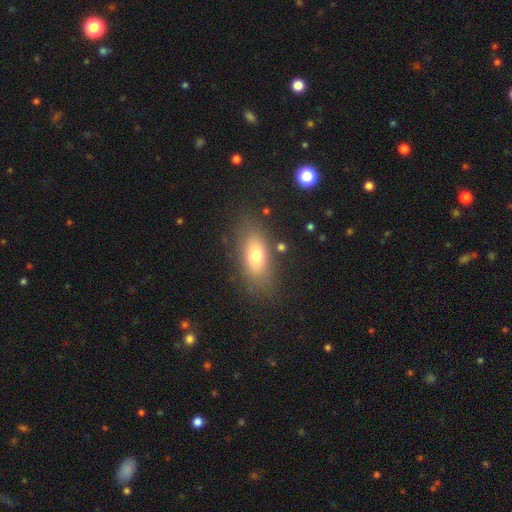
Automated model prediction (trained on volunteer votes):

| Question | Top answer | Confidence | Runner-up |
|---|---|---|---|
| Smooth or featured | smooth | 73% | featured or disk (17%) |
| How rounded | in between | 81% | cigar-shaped (11%) |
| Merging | none | 79% | minor disturbance (13%) |